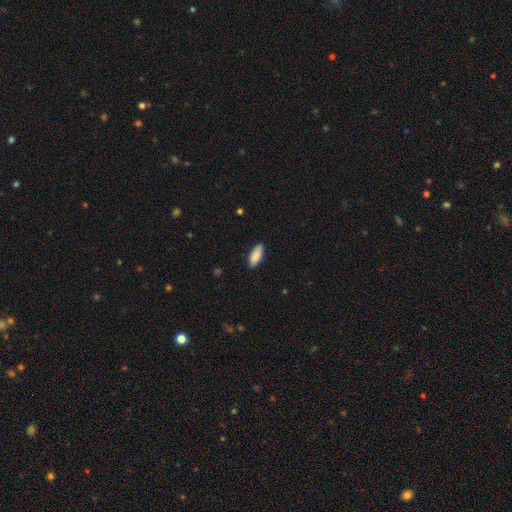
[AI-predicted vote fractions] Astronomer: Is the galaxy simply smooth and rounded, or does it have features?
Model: smooth — 89%.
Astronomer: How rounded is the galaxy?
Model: in between — 77%.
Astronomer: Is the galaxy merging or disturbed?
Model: none — 86%.